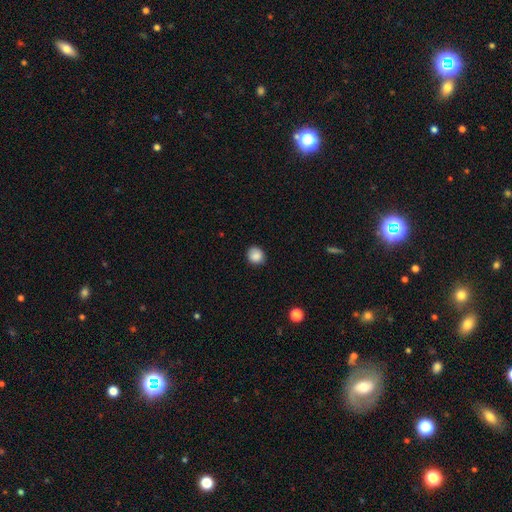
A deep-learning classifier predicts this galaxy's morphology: Q: Smooth or featured?
A: smooth (88%); runner-up: star or artifact (9%)
Q: How rounded?
A: round (83%); runner-up: in between (16%)
Q: Merging?
A: none (87%); runner-up: minor disturbance (10%)